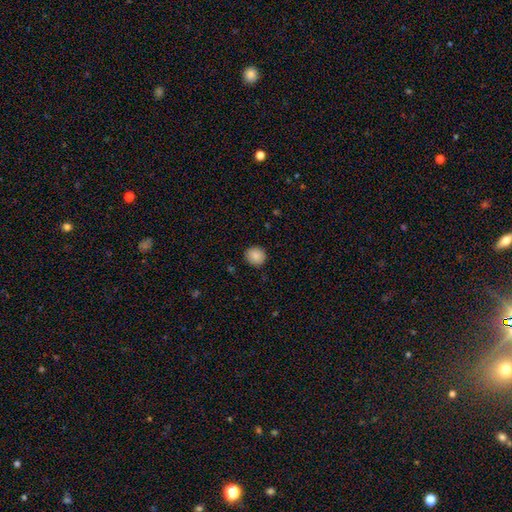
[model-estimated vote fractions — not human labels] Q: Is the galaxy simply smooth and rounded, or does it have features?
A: smooth — 87%.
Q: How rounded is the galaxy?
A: round — 87%.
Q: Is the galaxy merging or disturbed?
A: none — 89%.